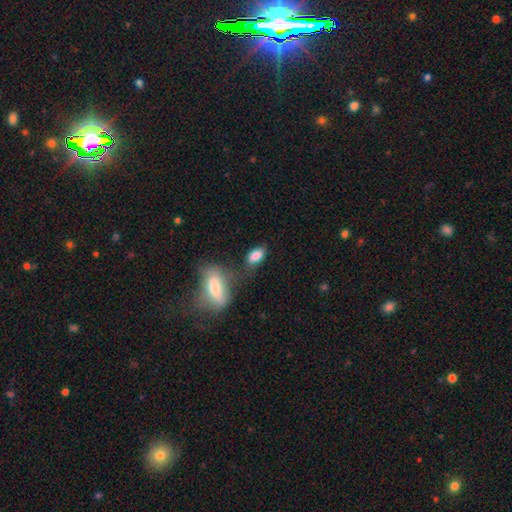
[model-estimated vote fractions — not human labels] Smooth or featured? Predicted: smooth (p=0.84). How rounded? Predicted: in between (p=0.89). Merging? Predicted: none (p=0.57).